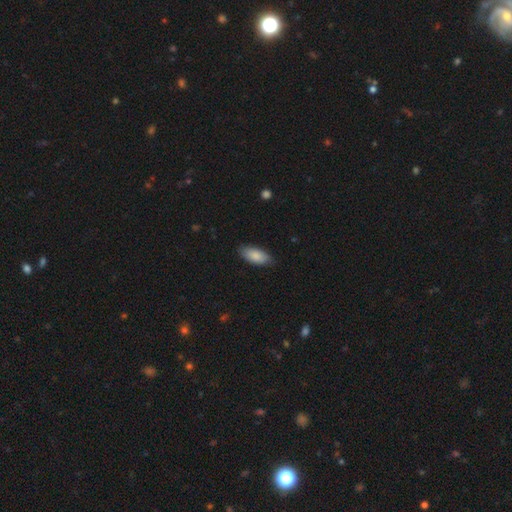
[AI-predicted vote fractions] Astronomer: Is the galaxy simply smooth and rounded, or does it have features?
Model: smooth — 87%.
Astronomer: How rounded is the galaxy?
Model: in between — 89%.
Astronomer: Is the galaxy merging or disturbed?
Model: none — 84%.